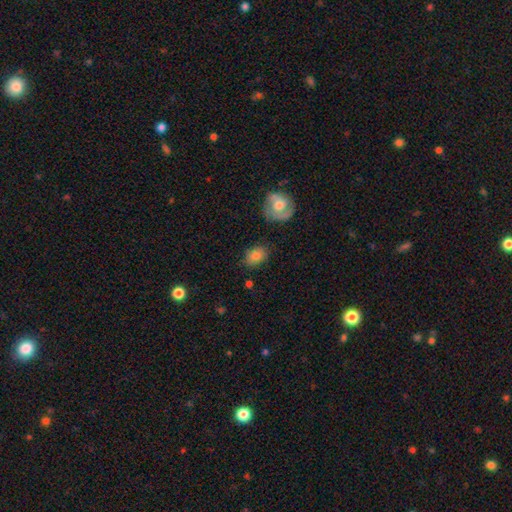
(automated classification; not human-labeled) Q: Smooth or featured?
A: smooth (81%); runner-up: featured or disk (11%)
Q: How rounded?
A: in between (75%); runner-up: round (23%)
Q: Merging?
A: none (79%); runner-up: minor disturbance (14%)